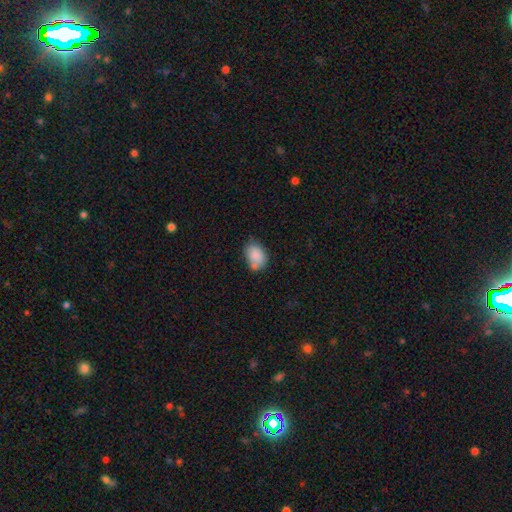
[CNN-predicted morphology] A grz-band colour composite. It shows a smooth galaxy with no disk features (85%) that is in between round and cigar-shaped (79%). Merging: none (58%).